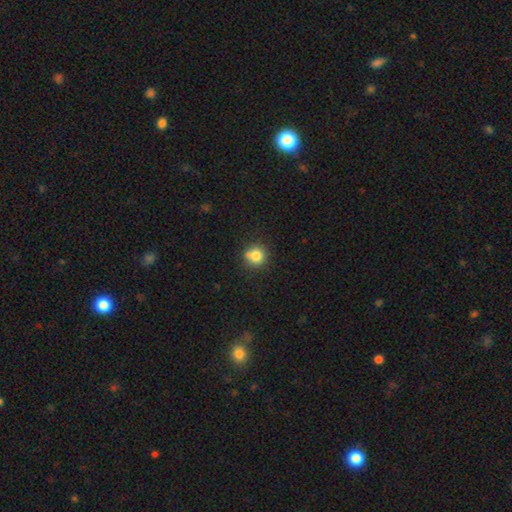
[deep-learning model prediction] Overall: smooth (80%). How rounded: round (89%). Merging: none (72%).